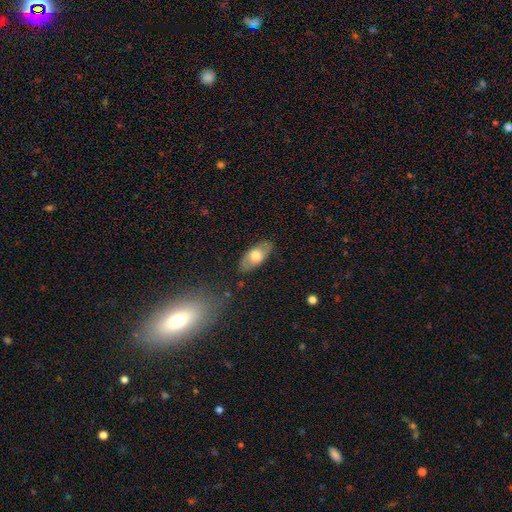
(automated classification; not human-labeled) Smooth or featured? Predicted: smooth (p=0.65). How rounded? Predicted: in between (p=0.88). Merging? Predicted: none (p=0.83).